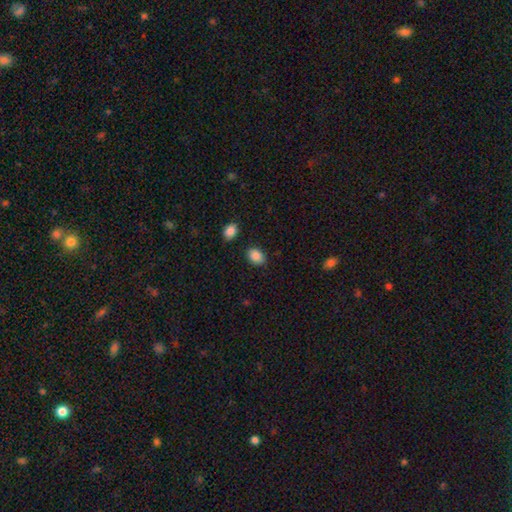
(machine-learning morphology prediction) smooth-or-featured: smooth: 88% | star or artifact: 8% | featured or disk: 4%
  how-rounded: in between: 74% | round: 25% | cigar-shaped: 1%
  merging: none: 84% | minor disturbance: 11% | major disturbance: 3% | merger: 3%